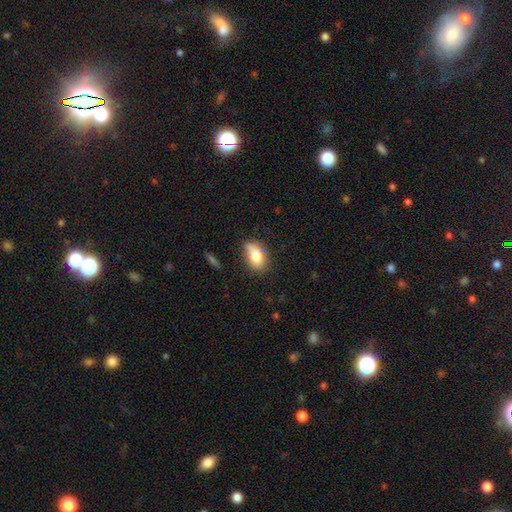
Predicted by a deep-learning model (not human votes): smooth_or_featured: smooth (p=0.78) [alt: featured or disk p=0.14]
how_rounded: in between (p=0.82) [alt: round p=0.16]
merging: none (p=0.58) [alt: minor disturbance p=0.27]